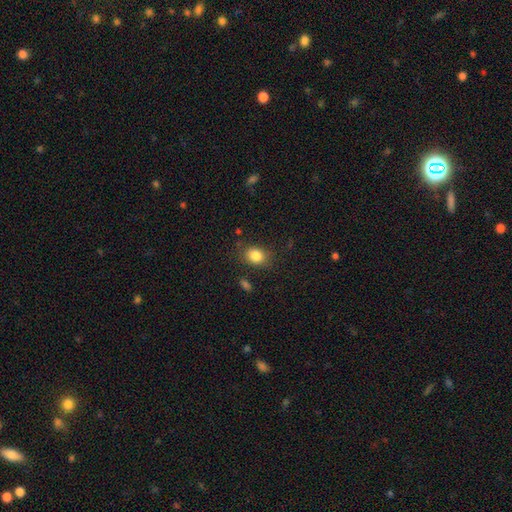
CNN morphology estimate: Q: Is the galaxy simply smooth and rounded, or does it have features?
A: smooth — 84%.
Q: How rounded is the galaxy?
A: in between — 58%.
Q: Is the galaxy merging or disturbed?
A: none — 79%.